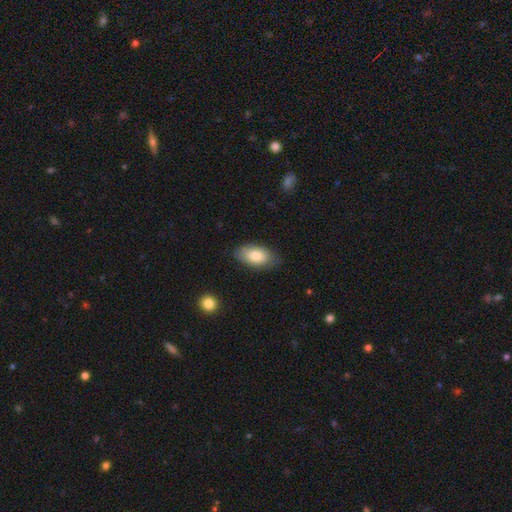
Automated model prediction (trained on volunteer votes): This is clearly a smooth galaxy (82%). How rounded: clearly in between (93%). Merging: likely none (79%).